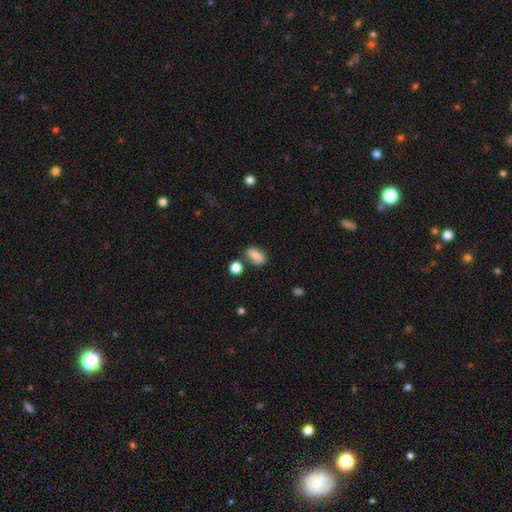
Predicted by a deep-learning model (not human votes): Smooth or featured? Predicted: smooth (p=0.81). How rounded? Predicted: in between (p=0.83). Merging? Predicted: none (p=0.71).